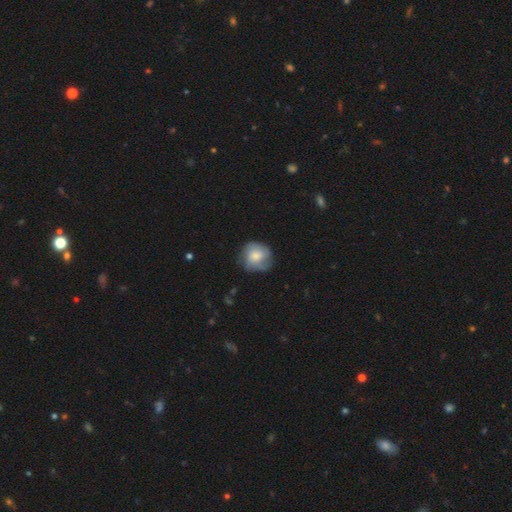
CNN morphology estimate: smooth-or-featured: smooth: 61% | featured or disk: 32% | star or artifact: 7%
  how-rounded: round: 82% | in between: 17% | cigar-shaped: 1%
  merging: none: 65% | minor disturbance: 25% | major disturbance: 9% | merger: 1%